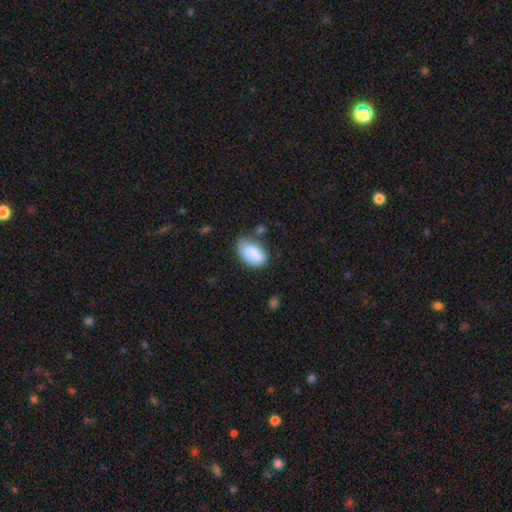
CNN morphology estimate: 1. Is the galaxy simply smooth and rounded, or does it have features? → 83% smooth, 10% featured or disk, 7% star or artifact.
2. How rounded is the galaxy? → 92% in between, 6% round, 2% cigar-shaped.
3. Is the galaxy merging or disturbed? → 60% none, 27% minor disturbance, 7% major disturbance, 6% merger.